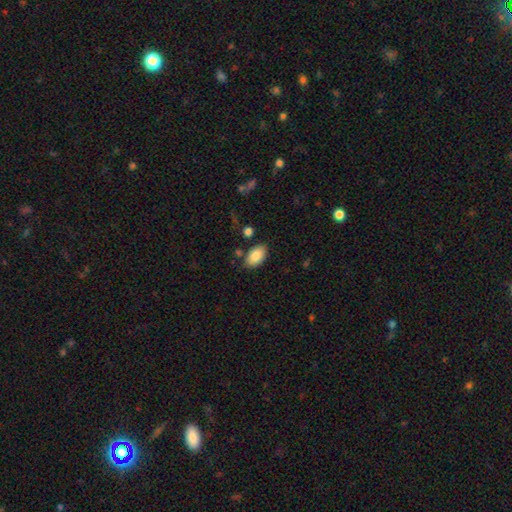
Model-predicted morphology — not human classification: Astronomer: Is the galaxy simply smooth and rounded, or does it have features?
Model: smooth — 85%.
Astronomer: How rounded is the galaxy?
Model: in between — 94%.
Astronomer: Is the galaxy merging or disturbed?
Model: none — 80%.